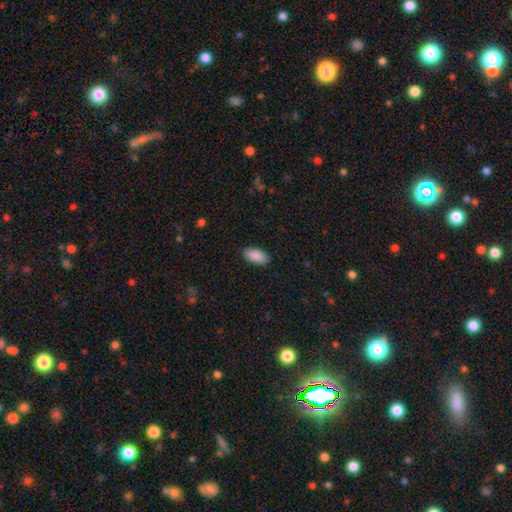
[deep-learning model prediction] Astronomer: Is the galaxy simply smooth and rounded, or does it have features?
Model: smooth — 90%.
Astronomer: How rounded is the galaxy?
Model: in between — 93%.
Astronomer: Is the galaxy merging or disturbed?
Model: none — 89%.